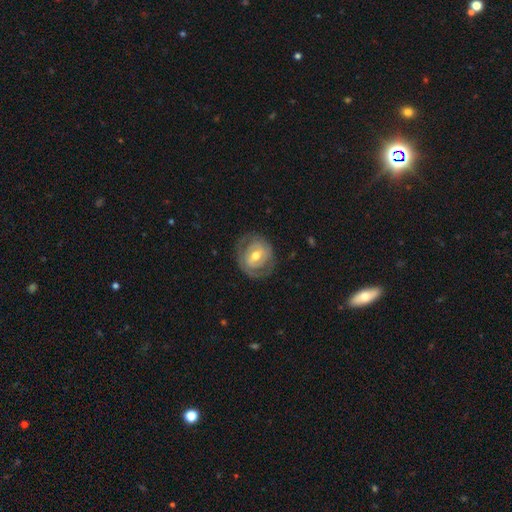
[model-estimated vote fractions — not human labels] Overall: featured or disk (75%). Edge-on disk: no (96%). Bar: weak (44%; no 32%). Spiral arms: yes (73%). Spiral arm count: 2 (66%). Spiral winding: tight (64%; medium 26%). Bulge size: moderate (74%). Merging: none (75%).